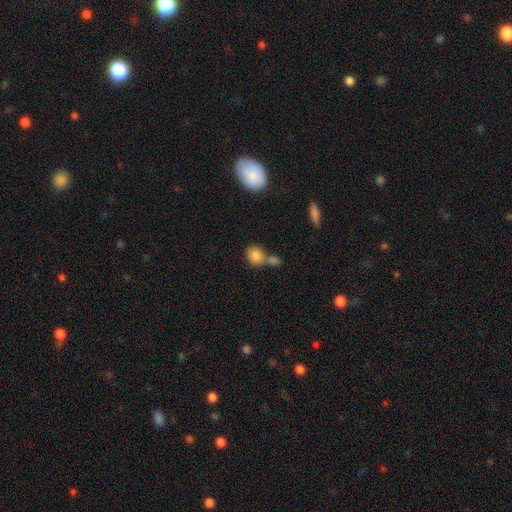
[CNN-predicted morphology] A smooth galaxy with no disk features (81%) that is round (72%). Merging: merger (44%).